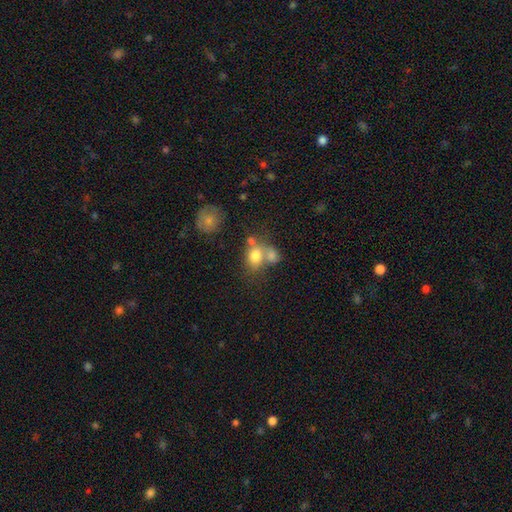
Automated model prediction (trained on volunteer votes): Smooth or featured: smooth — 75% (featured or disk — 14%)
How rounded: in between — 50% (round — 49%)
Merging: merger — 49% (none — 34%)